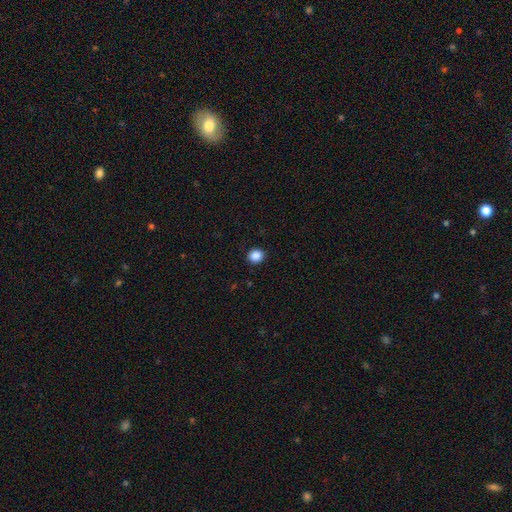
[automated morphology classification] Smooth or featured? Predicted: smooth (p=0.88). How rounded? Predicted: round (p=0.82). Merging? Predicted: none (p=0.92).